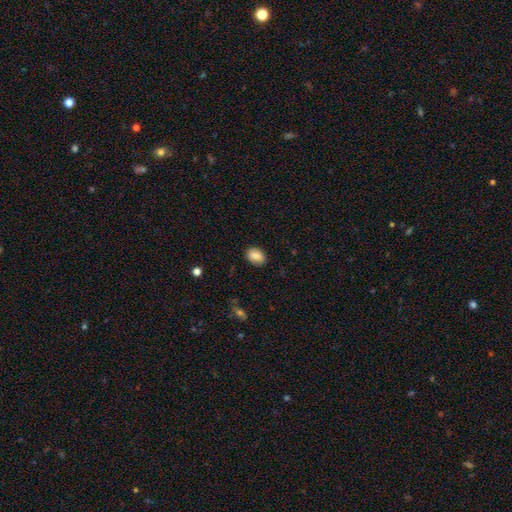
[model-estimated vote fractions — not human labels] Morphology: type=smooth (85%); roundness=in between (75%); merging=none (86%).